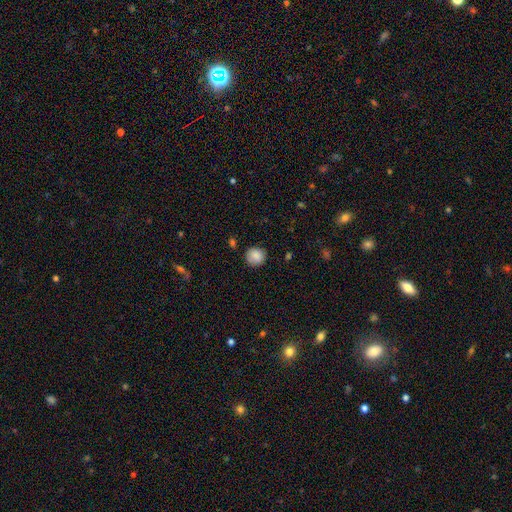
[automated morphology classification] A smooth galaxy with no disk features (85%) that is round (87%).

Vote fractions:
- Smooth or featured? smooth: 85% / star or artifact: 8% / featured or disk: 7%
- How rounded? round: 87% / in between: 12% / cigar-shaped: 1%
- Merging? none: 82% / minor disturbance: 13% / major disturbance: 3% / merger: 2%